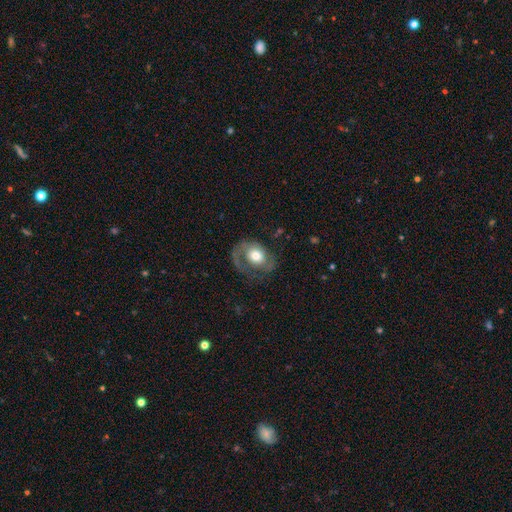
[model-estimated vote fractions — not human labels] A featured or disk galaxy (62%) with no bar (74%), spiral arms (81%) and a moderate central bulge (54%).

Vote fractions:
- Smooth or featured? featured or disk: 62% / smooth: 31% / star or artifact: 7%
- Edge-on disk? no: 97% / yes: 3%
- Bar? no: 74% / weak: 20% / strong: 5%
- Spiral arms? yes: 81% / no: 19%
- Bulge size? moderate: 54% / large: 32% / small: 9% / dominant: 4% / none: 1%
- Merging? none: 50% / major disturbance: 28% / minor disturbance: 20% / merger: 2%